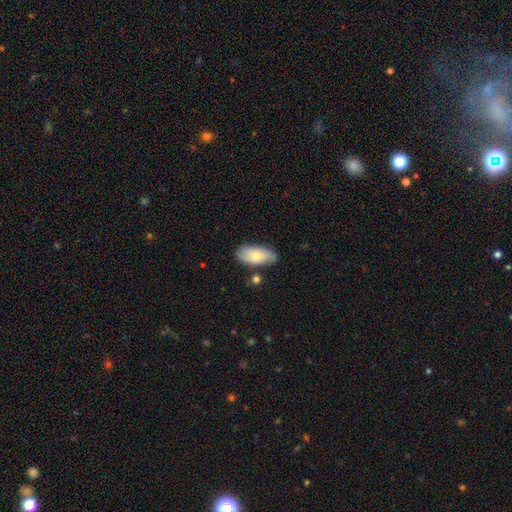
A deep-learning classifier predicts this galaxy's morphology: smooth 71%, featured or disk 23%, star or artifact 6%. Down the decision tree: how rounded — in between (91%); merging — none (71%).